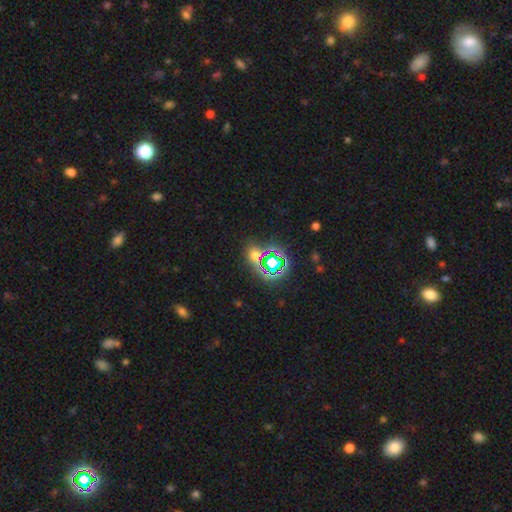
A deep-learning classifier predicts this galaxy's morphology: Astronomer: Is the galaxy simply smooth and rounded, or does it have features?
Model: star or artifact — 61%.